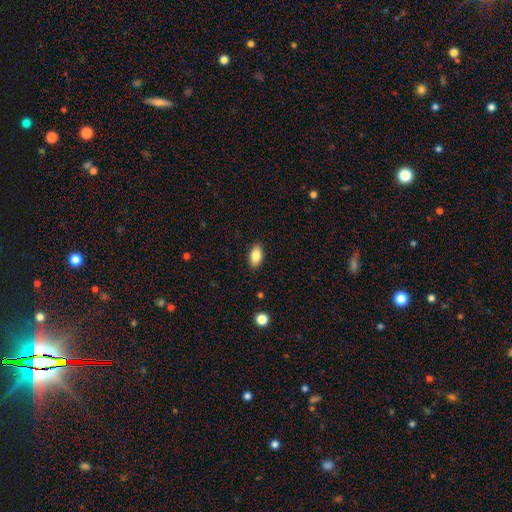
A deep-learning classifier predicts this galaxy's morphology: A smooth galaxy with no disk features (84%) that is in between round and cigar-shaped (92%). Merging: none (89%).